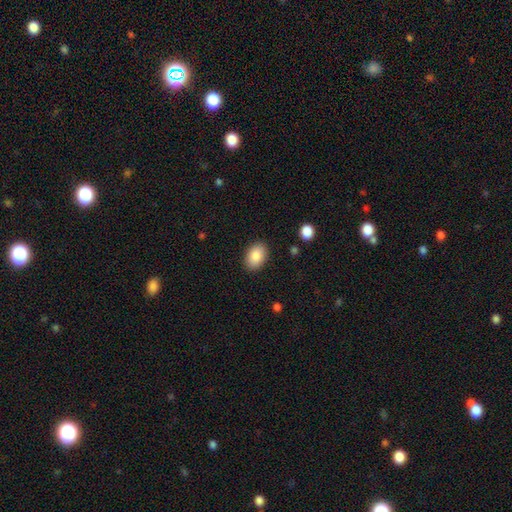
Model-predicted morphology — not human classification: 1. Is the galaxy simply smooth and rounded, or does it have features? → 87% smooth, 7% star or artifact, 6% featured or disk.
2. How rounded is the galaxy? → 86% in between, 13% round, 1% cigar-shaped.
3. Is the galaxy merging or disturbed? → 88% none, 8% minor disturbance, 2% major disturbance, 1% merger.